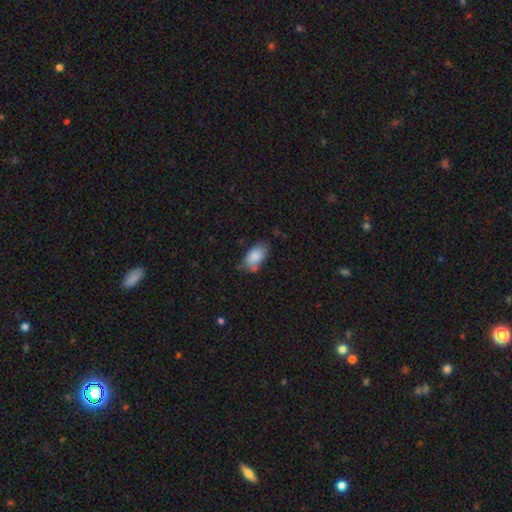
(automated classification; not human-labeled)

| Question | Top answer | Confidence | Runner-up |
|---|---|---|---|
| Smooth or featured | smooth | 85% | featured or disk (8%) |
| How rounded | in between | 93% | round (5%) |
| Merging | none | 64% | minor disturbance (25%) |